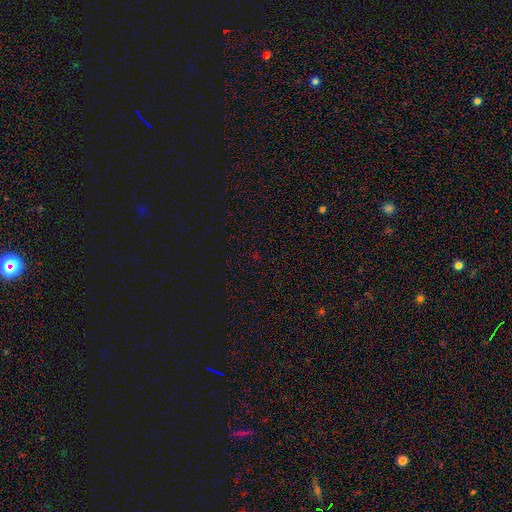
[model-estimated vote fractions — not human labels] Overall: star or artifact (72%).